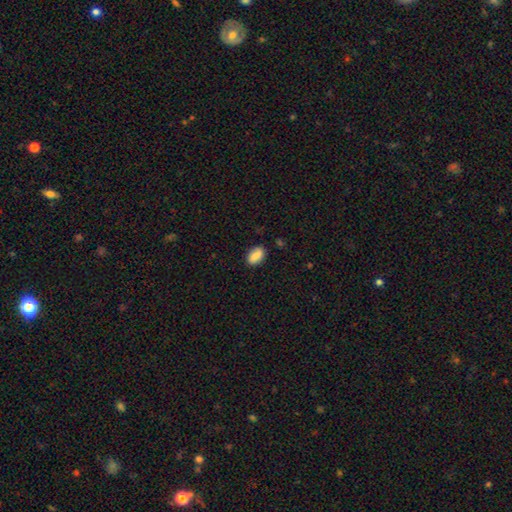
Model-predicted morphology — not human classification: This appears to be a smooth galaxy with no disk features (77%) that is in between round and cigar-shaped (88%). Merging: none (84%).